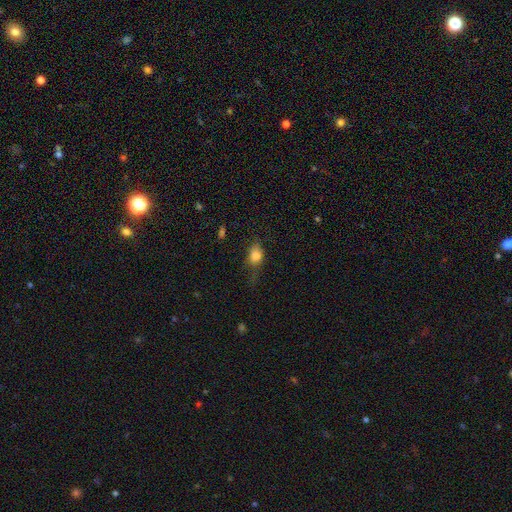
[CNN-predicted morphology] Smooth or featured? smooth (77%)
How rounded? in between (61%)
Merging? none (45%)